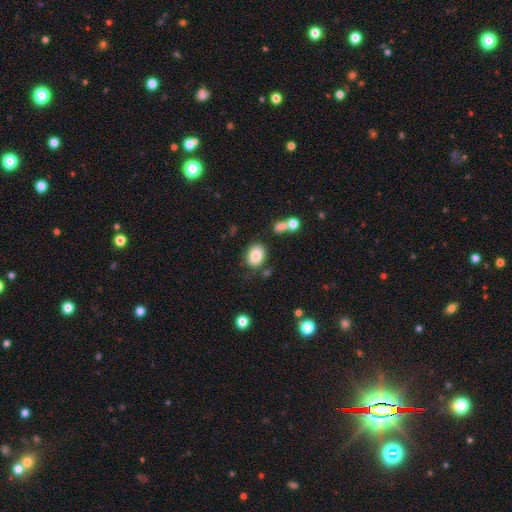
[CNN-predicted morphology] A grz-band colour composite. It shows a smooth galaxy with no disk features (84%) that is in between round and cigar-shaped (71%). Merging: none (73%).